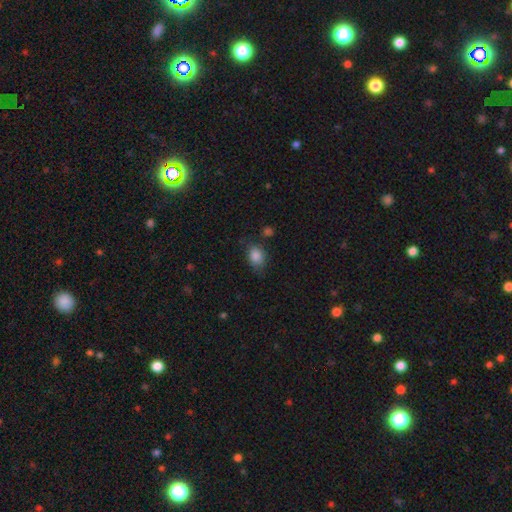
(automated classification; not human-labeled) Q: Smooth or featured?
A: smooth (86%); runner-up: star or artifact (9%)
Q: How rounded?
A: in between (67%); runner-up: round (32%)
Q: Merging?
A: none (65%); runner-up: minor disturbance (25%)